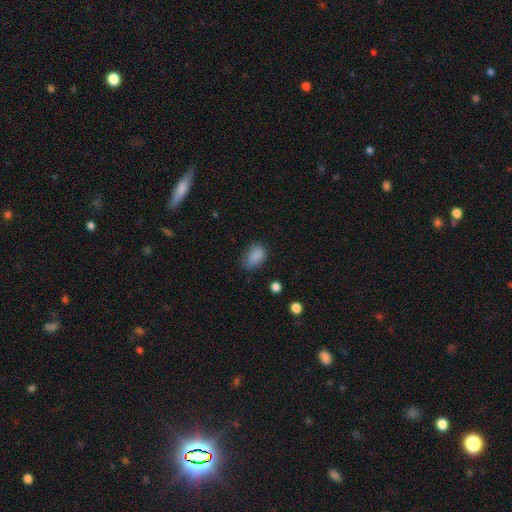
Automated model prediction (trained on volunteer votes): Overall: smooth (85%). How rounded: in between (86%). Merging: none (60%; minor disturbance 29%).